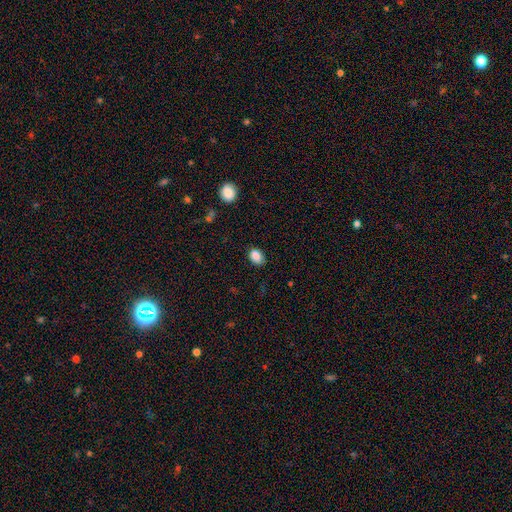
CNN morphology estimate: type=smooth (87%); roundness=in between (77%); merging=none (75%).